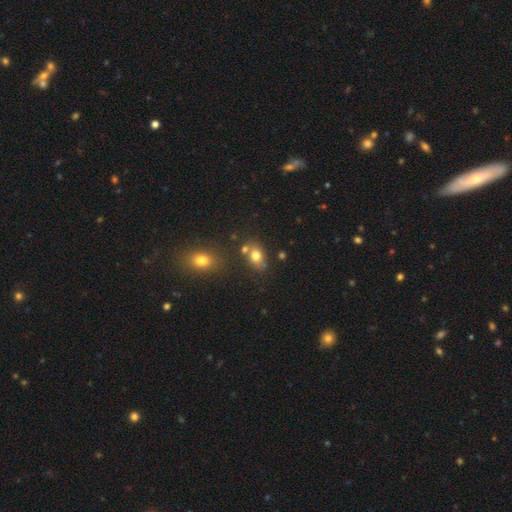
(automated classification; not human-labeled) This appears to be a smooth galaxy with no disk features (75%) that is in between round and cigar-shaped (65%). Merging: none (63%).